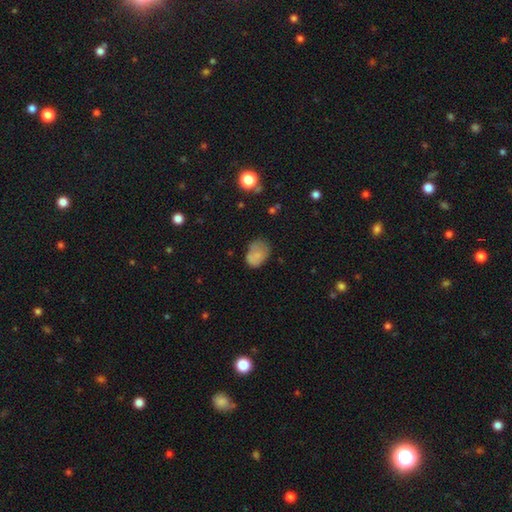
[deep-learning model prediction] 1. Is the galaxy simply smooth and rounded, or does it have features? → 76% smooth, 12% featured or disk, 11% star or artifact.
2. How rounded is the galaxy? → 73% in between, 26% round, 1% cigar-shaped.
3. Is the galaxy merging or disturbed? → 50% none, 32% minor disturbance, 15% major disturbance, 4% merger.